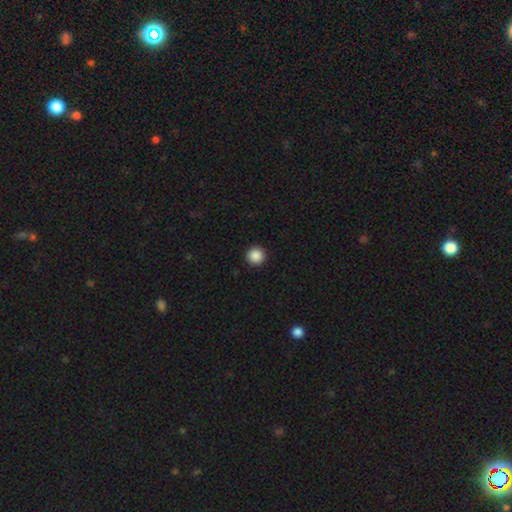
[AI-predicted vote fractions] smooth 88%, star or artifact 9%, featured or disk 3%. Down the decision tree: how rounded — round (96%); merging — none (94%).